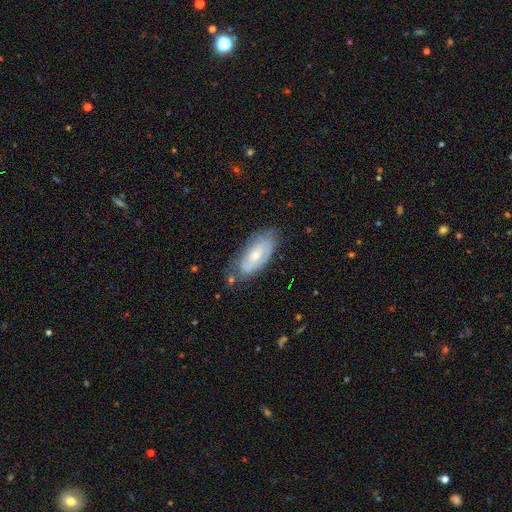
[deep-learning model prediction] The model was most divided on "smooth or featured": featured or disk: 57%, smooth: 37%, star or artifact: 7%. More confident: edge-on disk — no (88%); merging — none (68%).